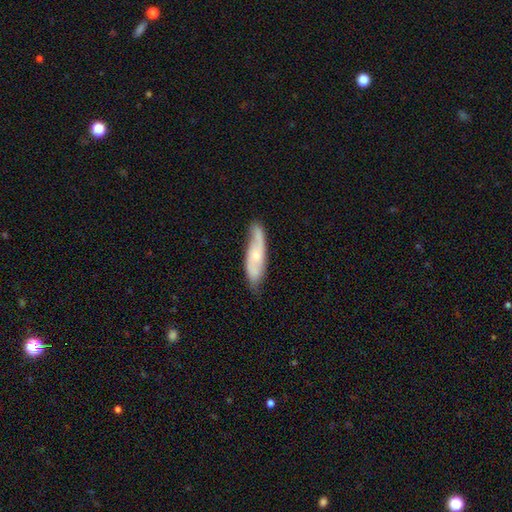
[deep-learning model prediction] Smooth or featured? Predicted: featured or disk (p=0.58). Edge-on disk? Predicted: no (p=0.75). Merging? Predicted: none (p=0.71).